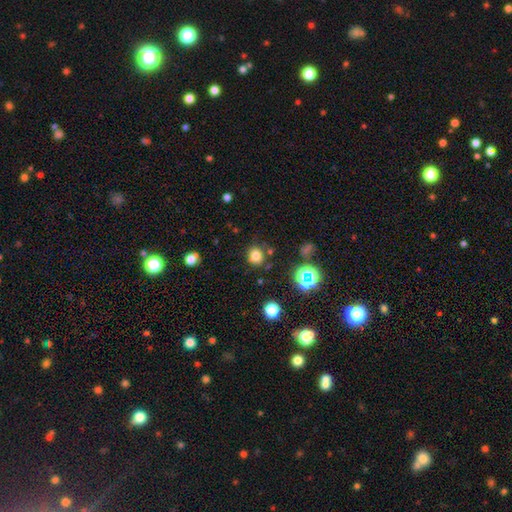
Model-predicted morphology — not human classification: type=smooth (76%); roundness=round (81%); merging=none (82%).